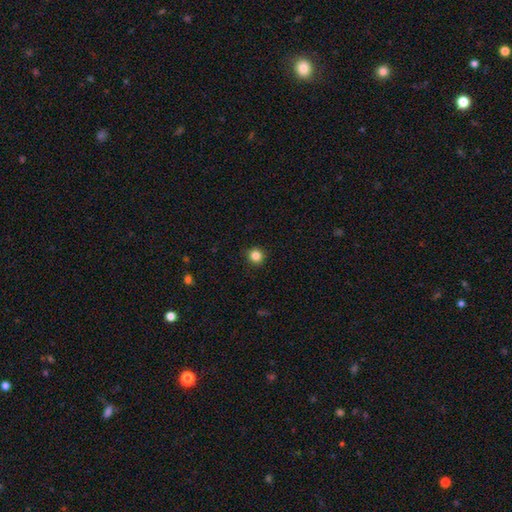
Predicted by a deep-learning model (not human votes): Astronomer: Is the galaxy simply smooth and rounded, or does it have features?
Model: smooth — 85%.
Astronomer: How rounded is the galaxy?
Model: round — 93%.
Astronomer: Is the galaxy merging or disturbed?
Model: none — 92%.